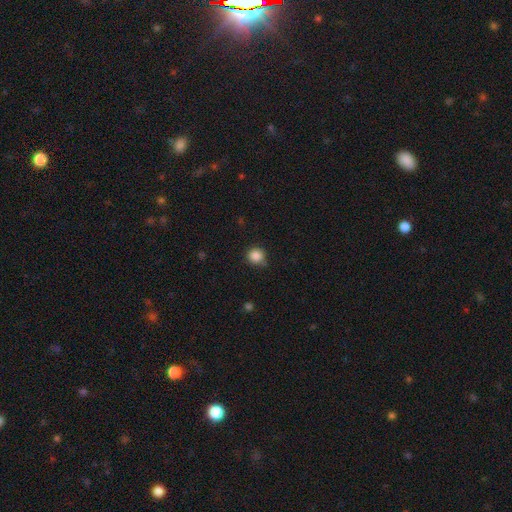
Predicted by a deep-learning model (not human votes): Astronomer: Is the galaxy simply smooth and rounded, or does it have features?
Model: smooth — 86%.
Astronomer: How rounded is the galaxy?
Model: round — 91%.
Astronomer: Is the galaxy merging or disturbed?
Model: none — 78%.